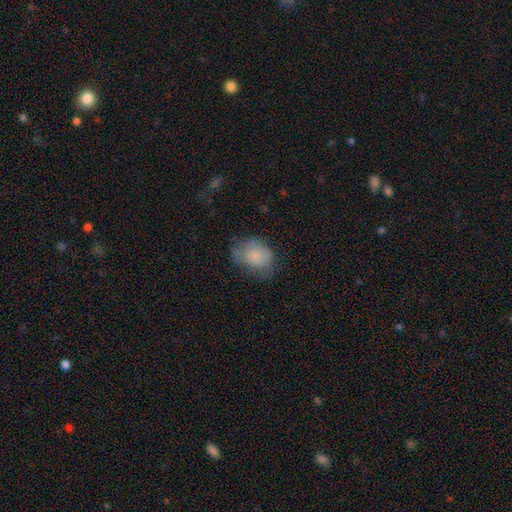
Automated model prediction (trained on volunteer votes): smooth_or_featured: smooth (p=0.76) [alt: featured or disk p=0.16]
how_rounded: in between (p=0.62) [alt: round p=0.37]
merging: none (p=0.46) [alt: minor disturbance p=0.34]